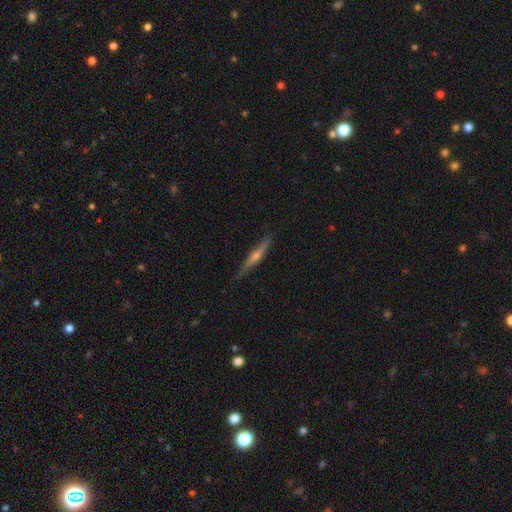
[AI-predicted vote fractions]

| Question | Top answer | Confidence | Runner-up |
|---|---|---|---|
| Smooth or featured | featured or disk | 67% | smooth (27%) |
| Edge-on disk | yes | 96% | no (4%) |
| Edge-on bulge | rounded | 81% | none (13%) |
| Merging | none | 84% | minor disturbance (13%) |